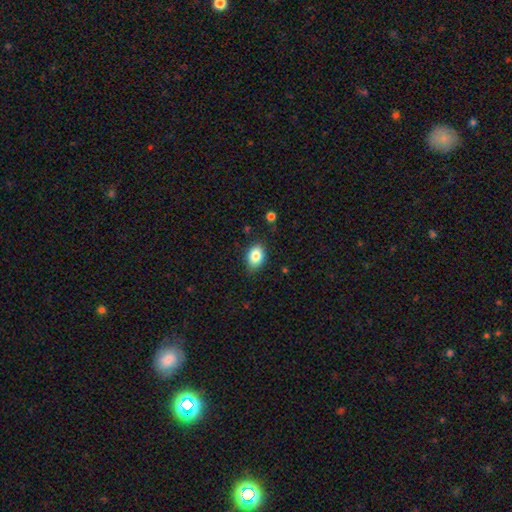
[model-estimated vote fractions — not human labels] smooth-or-featured: smooth: 84% | star or artifact: 8% | featured or disk: 7%
  how-rounded: in between: 82% | round: 16% | cigar-shaped: 1%
  merging: none: 81% | minor disturbance: 15% | major disturbance: 3% | merger: 1%